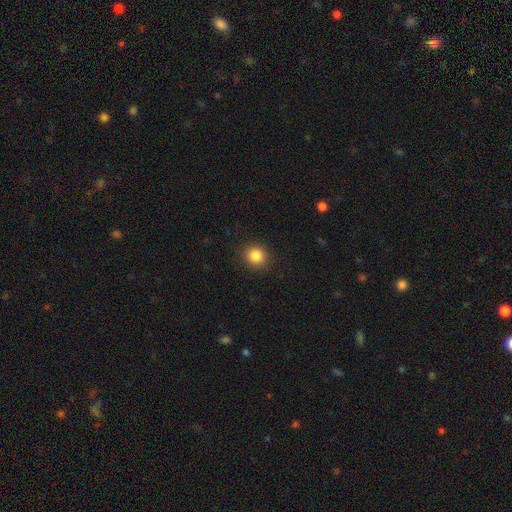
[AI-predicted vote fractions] Q: Smooth or featured?
A: smooth (86%); runner-up: star or artifact (10%)
Q: How rounded?
A: round (84%); runner-up: in between (15%)
Q: Merging?
A: none (90%); runner-up: minor disturbance (7%)